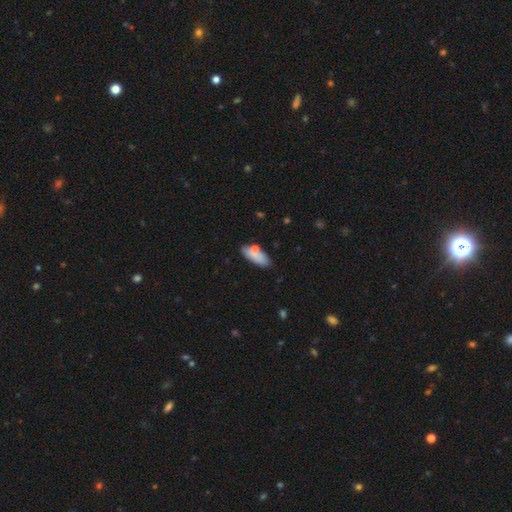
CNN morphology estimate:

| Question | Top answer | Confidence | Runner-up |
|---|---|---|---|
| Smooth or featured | smooth | 79% | featured or disk (14%) |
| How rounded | in between | 76% | cigar-shaped (22%) |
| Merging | none | 71% | minor disturbance (18%) |